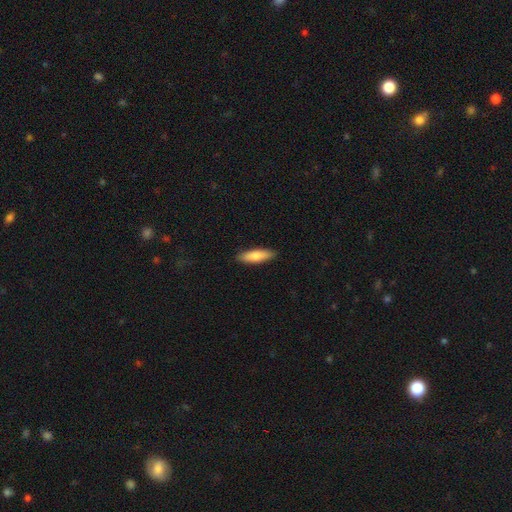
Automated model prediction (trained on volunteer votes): This is likely a smooth galaxy (78%). How rounded: possibly cigar-shaped (57%). Merging: clearly none (89%).